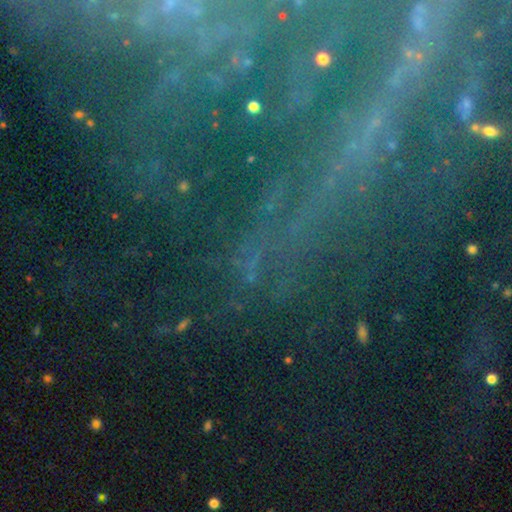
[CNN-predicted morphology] smooth_or_featured: star or artifact (p=0.61) [alt: featured or disk p=0.26]